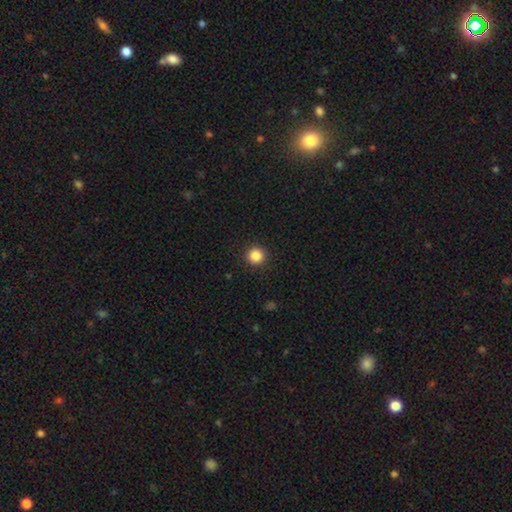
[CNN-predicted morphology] This is clearly a smooth galaxy (86%). How rounded: clearly round (95%). Merging: clearly none (93%).